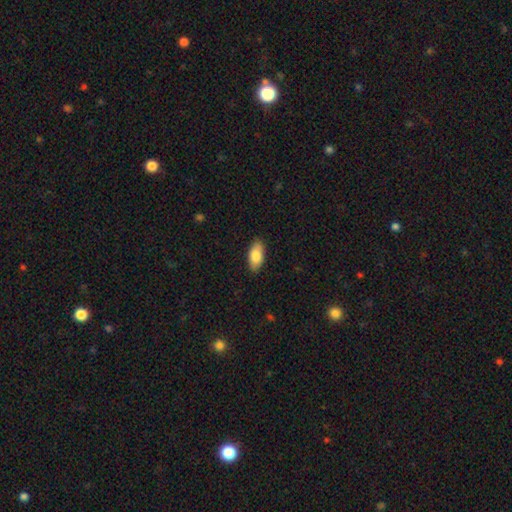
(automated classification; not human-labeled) Morphology: type=smooth (84%); roundness=in between (90%); merging=none (87%).